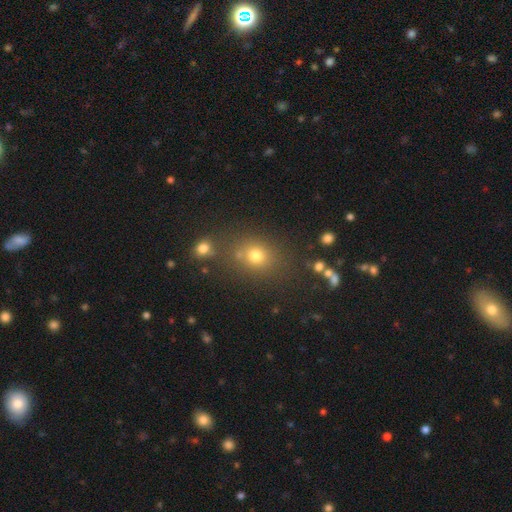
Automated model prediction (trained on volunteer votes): This appears to be a smooth galaxy with no disk features (73%) that is round (64%). Merging: none (68%).